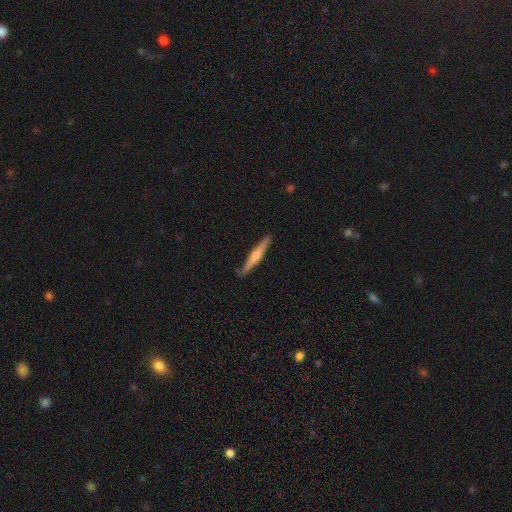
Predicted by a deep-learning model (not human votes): Q: Smooth or featured?
A: featured or disk (55%); runner-up: smooth (40%)
Q: Edge-on disk?
A: yes (97%); runner-up: no (3%)
Q: Edge-on bulge?
A: rounded (61%); runner-up: boxy (24%)
Q: Merging?
A: none (86%); runner-up: minor disturbance (11%)